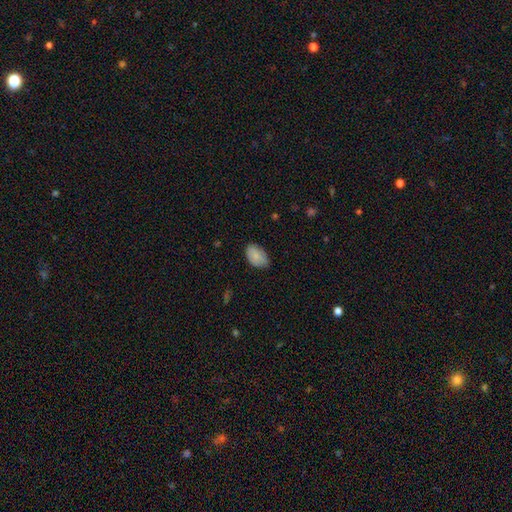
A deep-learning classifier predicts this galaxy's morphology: The model was most divided on "merging": none: 76%, minor disturbance: 20%, major disturbance: 3%, merger: 1%. More confident: how rounded — in between (90%); smooth or featured — smooth (82%).